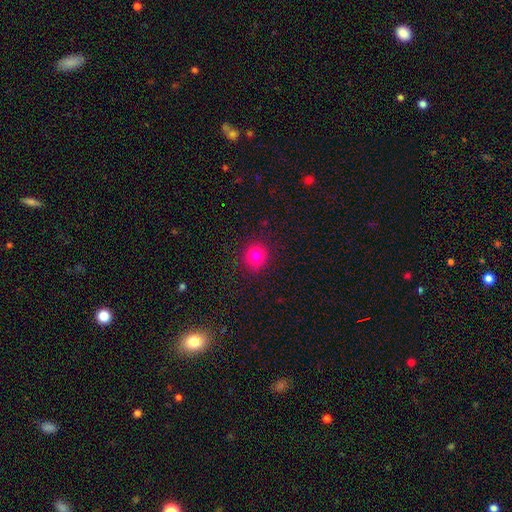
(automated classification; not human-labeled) Smooth or featured: smooth — 83% (star or artifact — 12%)
How rounded: round — 88% (in between — 11%)
Merging: none — 88% (minor disturbance — 8%)